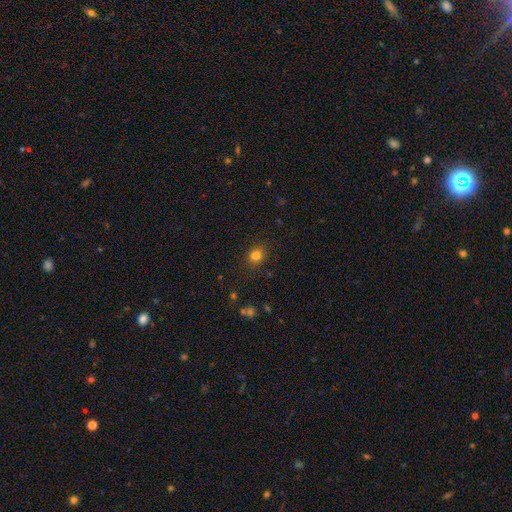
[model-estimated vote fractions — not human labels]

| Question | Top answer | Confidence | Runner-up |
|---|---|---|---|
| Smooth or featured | smooth | 81% | star or artifact (13%) |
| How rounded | round | 71% | in between (28%) |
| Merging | none | 86% | minor disturbance (10%) |